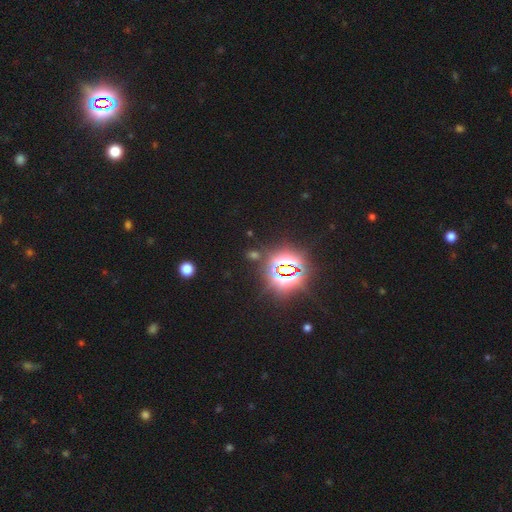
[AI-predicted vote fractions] Overall: star or artifact (78%).